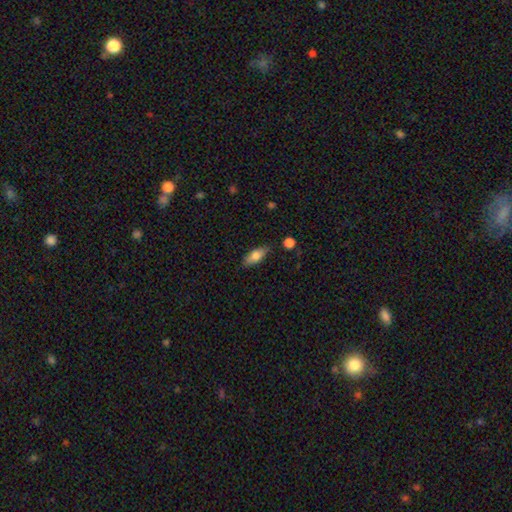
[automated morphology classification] Smooth or featured?
  - smooth: 74% *
  - featured or disk: 19%
  - star or artifact: 7%
How rounded?
  - in between: 74% *
  - cigar-shaped: 23%
  - round: 3%
Merging?
  - none: 82% *
  - minor disturbance: 13%
  - major disturbance: 3%
  - merger: 2%